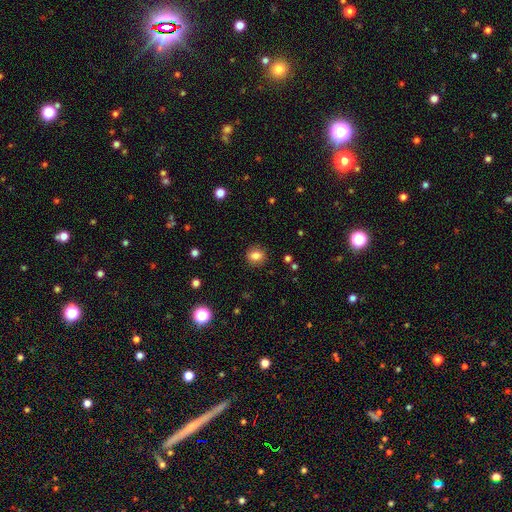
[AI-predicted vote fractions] Smooth or featured? smooth (82%)
How rounded? round (63%)
Merging? none (88%)